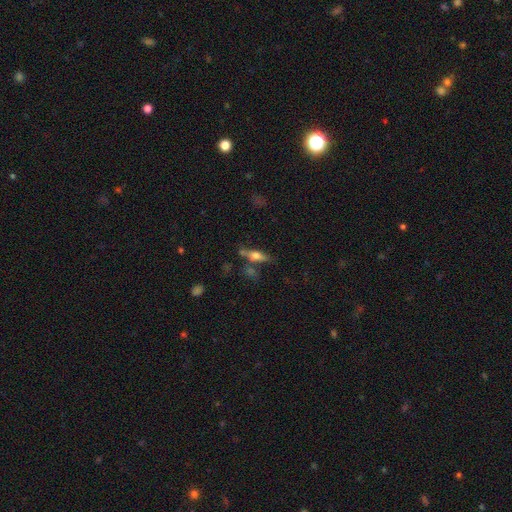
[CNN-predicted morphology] featured or disk 49%, smooth 42%, star or artifact 9%. Down the decision tree: merging — none (62%).